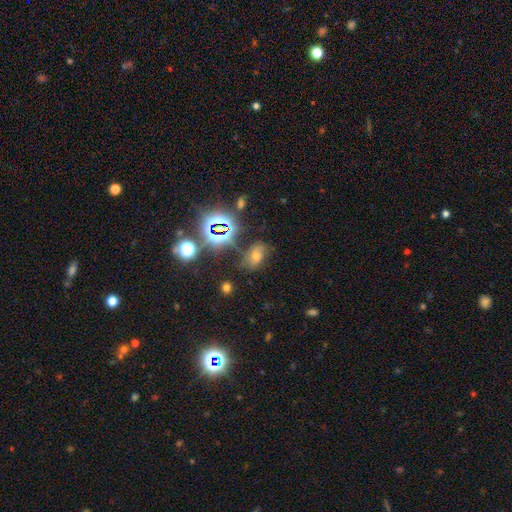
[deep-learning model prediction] Smooth or featured: star or artifact — 47% (smooth — 35%)